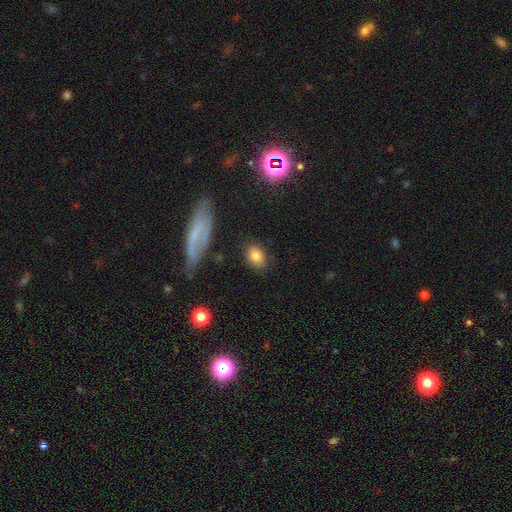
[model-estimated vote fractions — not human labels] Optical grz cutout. It shows a smooth galaxy with no disk features (83%) that is in between round and cigar-shaped (74%). Merging: none (81%).